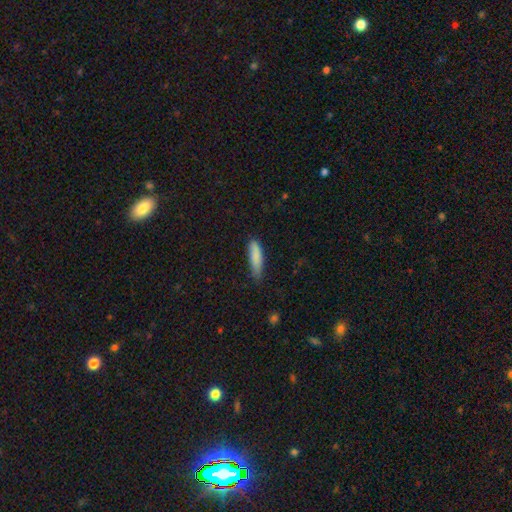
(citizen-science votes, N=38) Smooth or featured?
  - smooth: 92% *
  - star or artifact: 5%
  - featured or disk: 3%
How rounded?
  - cigar-shaped: 80% *
  - in between: 17%
  - round: 3%
Merging?
  - none: 58% *
  - minor disturbance: 33%
  - major disturbance: 6%
  - merger: 3%